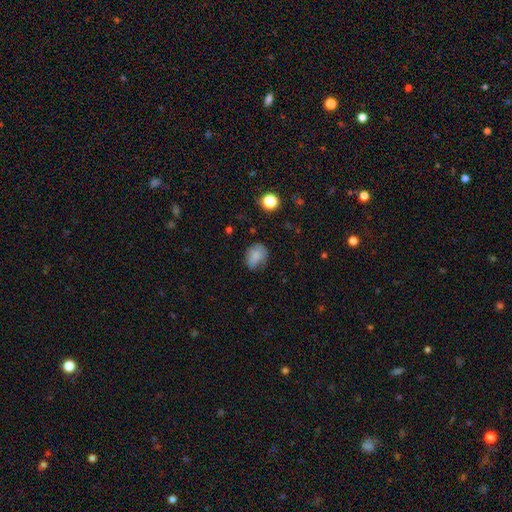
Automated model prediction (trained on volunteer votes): Smooth or featured? Predicted: smooth (p=0.78). How rounded? Predicted: in between (p=0.60). Merging? Predicted: none (p=0.54).